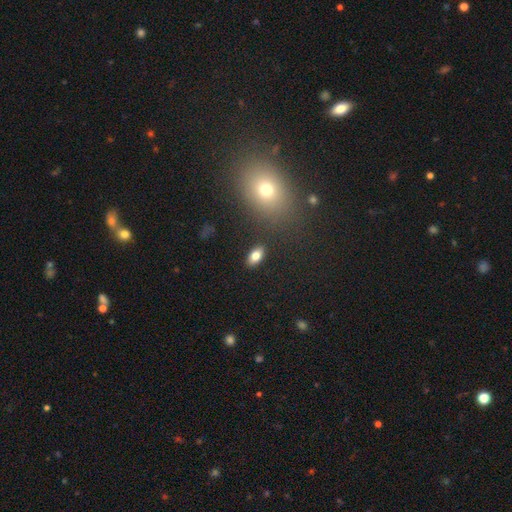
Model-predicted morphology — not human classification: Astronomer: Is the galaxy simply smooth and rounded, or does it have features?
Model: smooth — 80%.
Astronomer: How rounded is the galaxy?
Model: in between — 90%.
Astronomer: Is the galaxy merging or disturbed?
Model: none — 88%.